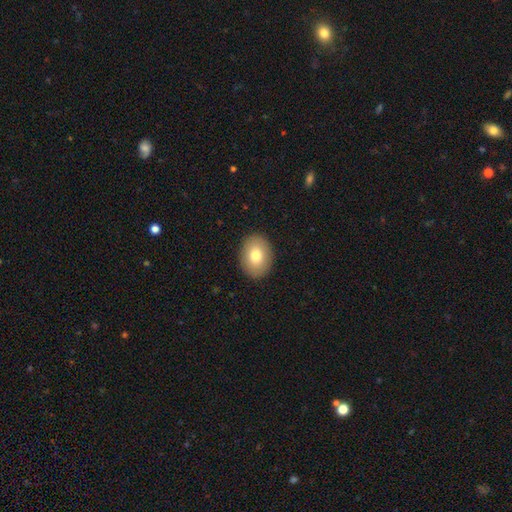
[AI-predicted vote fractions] A smooth galaxy with no disk features (77%) that is in between round and cigar-shaped (63%).

Vote fractions:
- Smooth or featured? smooth: 77% / featured or disk: 14% / star or artifact: 8%
- How rounded? in between: 63% / round: 36% / cigar-shaped: 1%
- Merging? none: 90% / minor disturbance: 7% / major disturbance: 2% / merger: 1%